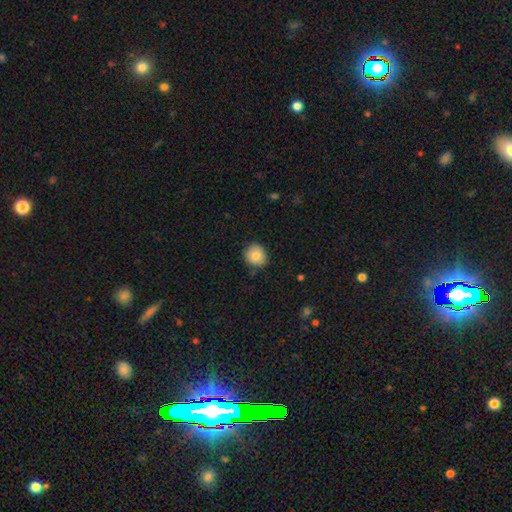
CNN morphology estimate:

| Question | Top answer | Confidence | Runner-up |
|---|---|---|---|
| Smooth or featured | smooth | 82% | featured or disk (9%) |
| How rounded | round | 85% | in between (14%) |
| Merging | none | 83% | minor disturbance (13%) |